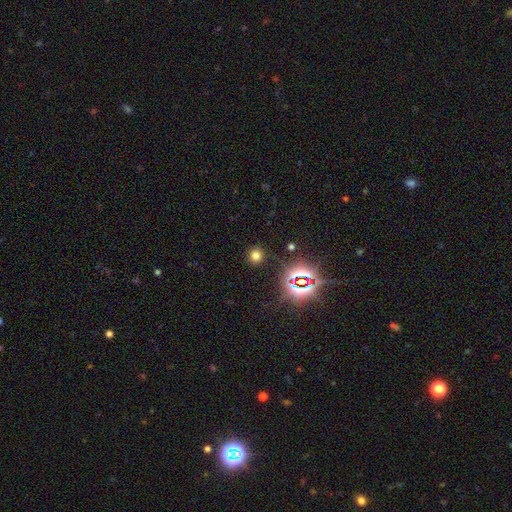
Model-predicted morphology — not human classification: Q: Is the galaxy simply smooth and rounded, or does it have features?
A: smooth — 67%.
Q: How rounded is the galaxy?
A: round — 90%.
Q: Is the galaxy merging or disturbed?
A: none — 89%.